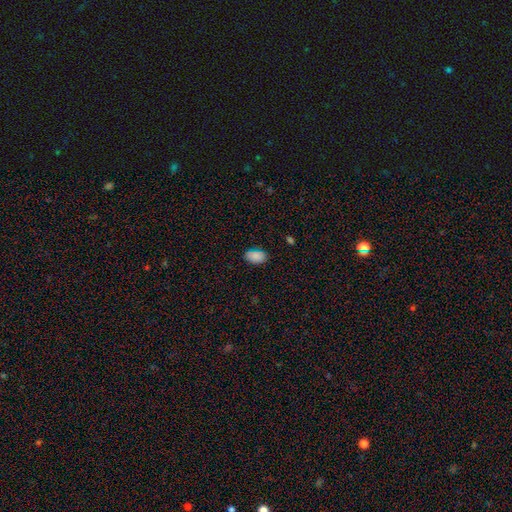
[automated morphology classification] This appears to be a smooth galaxy with no disk features (88%) that is in between round and cigar-shaped (92%). Merging: none (83%).